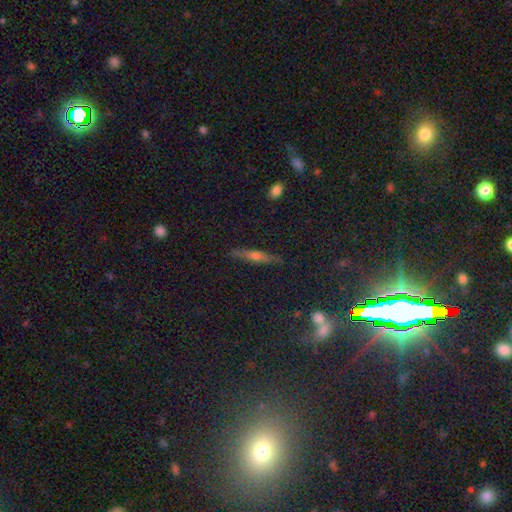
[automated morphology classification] smooth_or_featured: featured or disk (p=0.54) [alt: smooth p=0.35]
disk_edge_on: yes (p=0.92) [alt: no p=0.08]
merging: none (p=0.86) [alt: minor disturbance p=0.10]